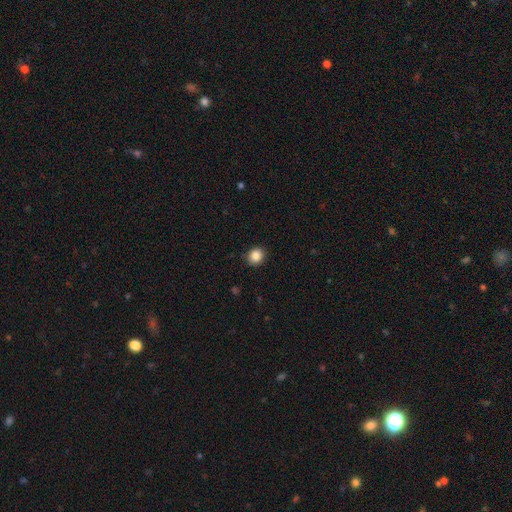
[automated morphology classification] A smooth galaxy with no disk features (86%) that is round (80%).

Vote fractions:
- Smooth or featured? smooth: 86% / star or artifact: 10% / featured or disk: 4%
- How rounded? round: 80% / in between: 19% / cigar-shaped: 1%
- Merging? none: 91% / minor disturbance: 7% / major disturbance: 2% / merger: 1%